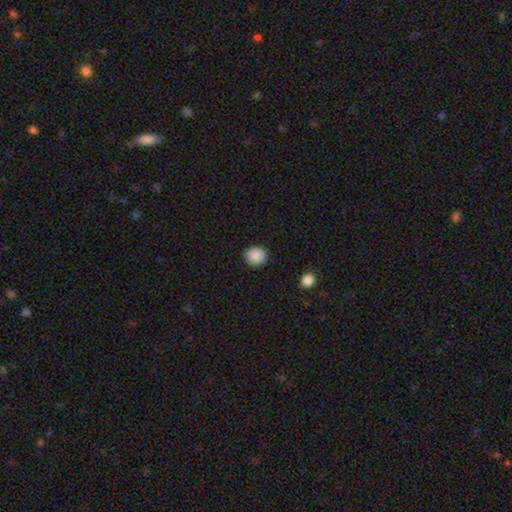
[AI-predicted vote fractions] Morphology: type=smooth (89%); roundness=round (78%); merging=none (88%).